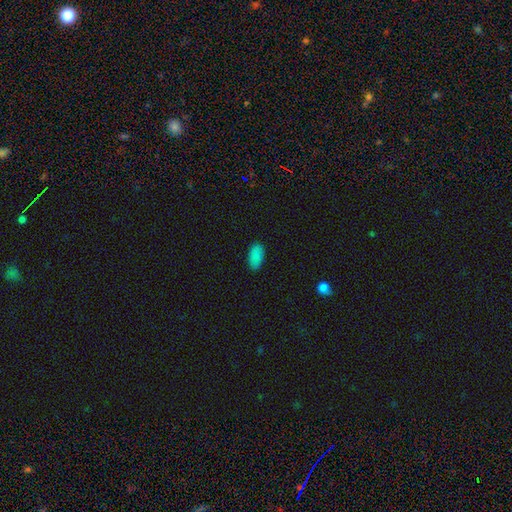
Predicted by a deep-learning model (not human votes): smooth 87%, star or artifact 9%, featured or disk 4%. Down the decision tree: how rounded — in between (93%); merging — none (86%).